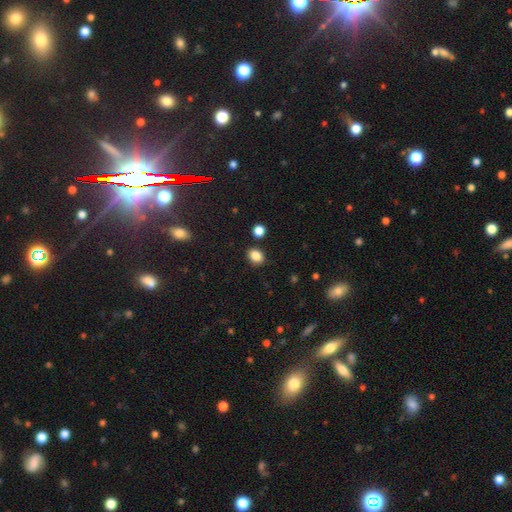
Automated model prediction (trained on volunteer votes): Smooth or featured: smooth — 86% (star or artifact — 10%)
How rounded: in between — 60% (round — 39%)
Merging: none — 85% (minor disturbance — 9%)